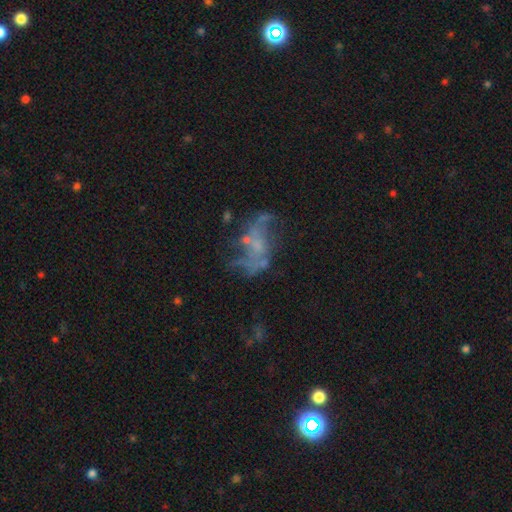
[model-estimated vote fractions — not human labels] Smooth or featured: featured or disk — 63% (star or artifact — 23%)
Edge-on disk: no — 95% (yes — 5%)
Bar: no — 65% (weak — 27%)
Spiral arms: yes — 67% (no — 33%)
Bulge size: small — 44% (none — 39%)
Merging: none — 54% (major disturbance — 23%)